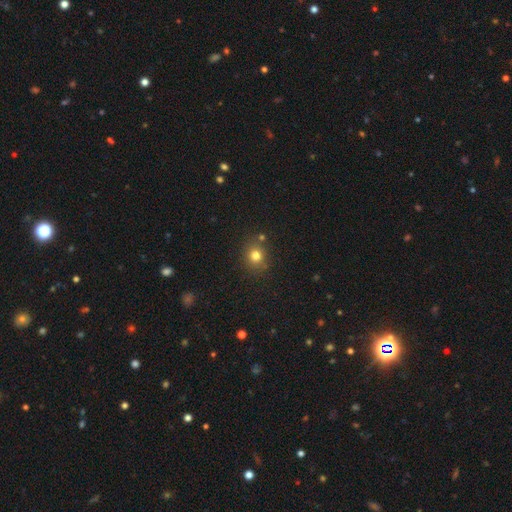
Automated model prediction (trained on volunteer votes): A smooth galaxy with no disk features (78%) that is round (77%).

Vote fractions:
- Smooth or featured? smooth: 78% / star or artifact: 14% / featured or disk: 7%
- How rounded? round: 77% / in between: 22% / cigar-shaped: 1%
- Merging? none: 79% / minor disturbance: 11% / merger: 7% / major disturbance: 3%